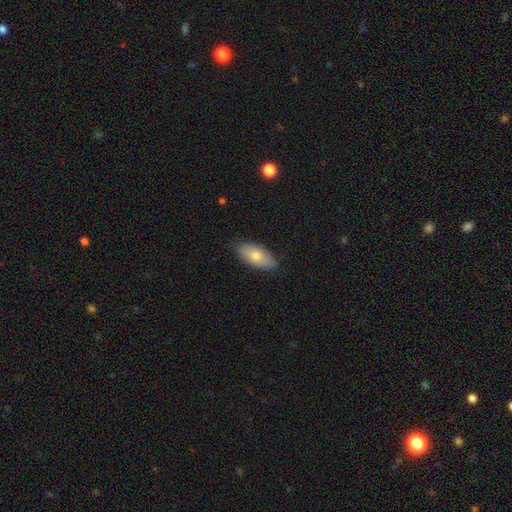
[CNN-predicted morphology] A smooth galaxy with no disk features (72%) that is in between round and cigar-shaped (88%). Merging: none (85%).